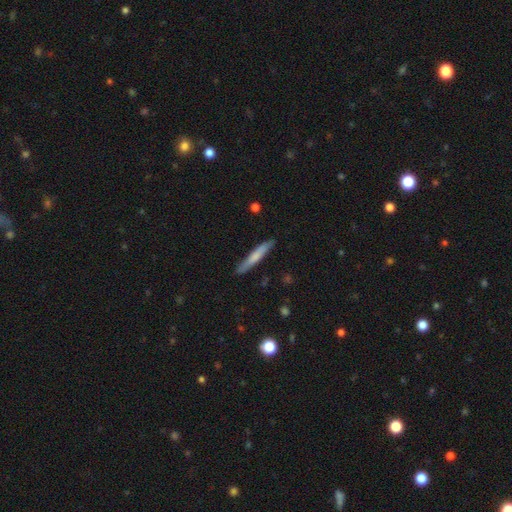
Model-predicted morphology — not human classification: smooth-or-featured: smooth: 67% | featured or disk: 28% | star or artifact: 5%
  how-rounded: cigar-shaped: 95% | in between: 4% | round: 1%
  merging: none: 87% | minor disturbance: 10% | major disturbance: 2% | merger: 1%